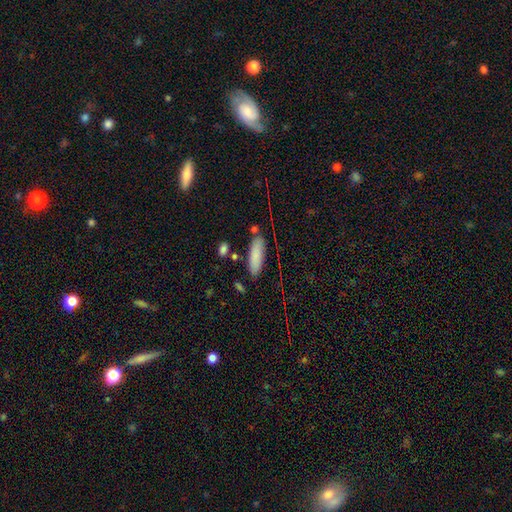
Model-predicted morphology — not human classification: Smooth or featured? Predicted: smooth (p=0.84). How rounded? Predicted: in between (p=0.56). Merging? Predicted: none (p=0.78).